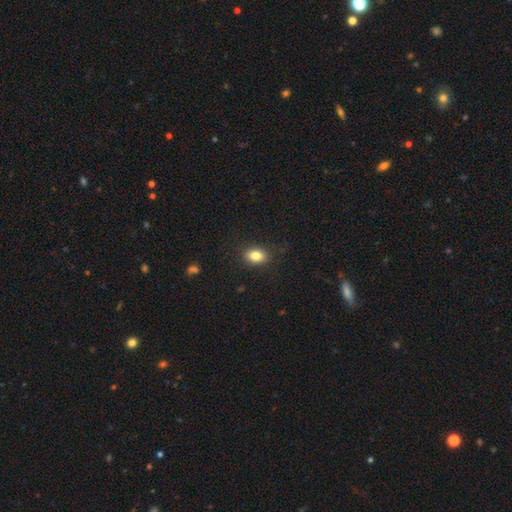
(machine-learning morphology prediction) Overall: smooth (83%). How rounded: in between (75%). Merging: none (86%).